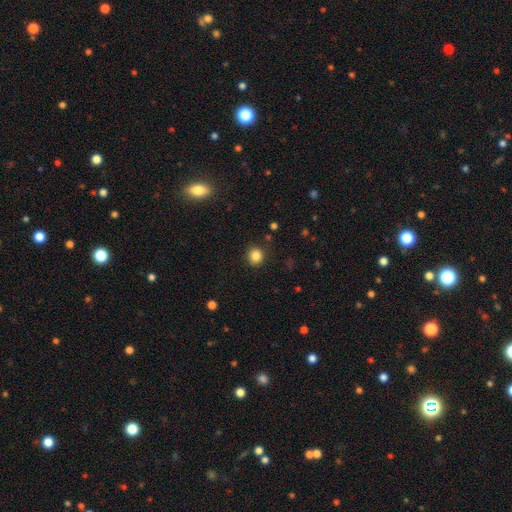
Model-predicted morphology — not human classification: Smooth or featured?
  - smooth: 85% *
  - star or artifact: 11%
  - featured or disk: 4%
How rounded?
  - round: 88% *
  - in between: 12%
  - cigar-shaped: 1%
Merging?
  - none: 89% *
  - minor disturbance: 7%
  - major disturbance: 2%
  - merger: 1%